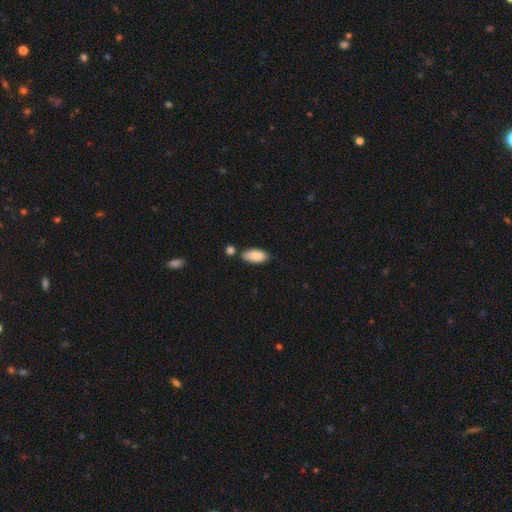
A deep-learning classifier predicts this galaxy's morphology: The model was most divided on "merging": none: 70%, minor disturbance: 16%, merger: 11%, major disturbance: 3%. More confident: how rounded — in between (90%); smooth or featured — smooth (87%).